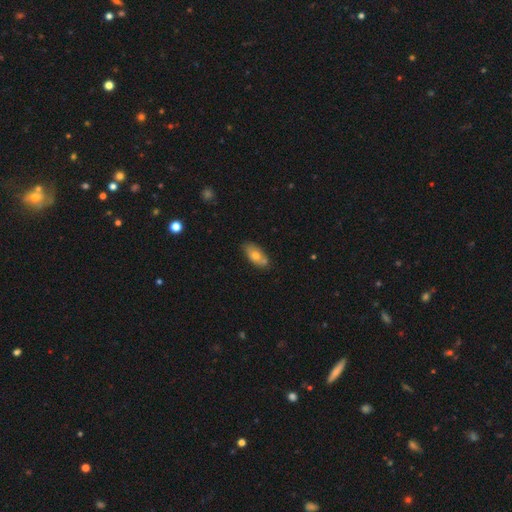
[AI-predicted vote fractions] This is likely a smooth galaxy (65%). How rounded: clearly in between (87%). Merging: likely none (71%).